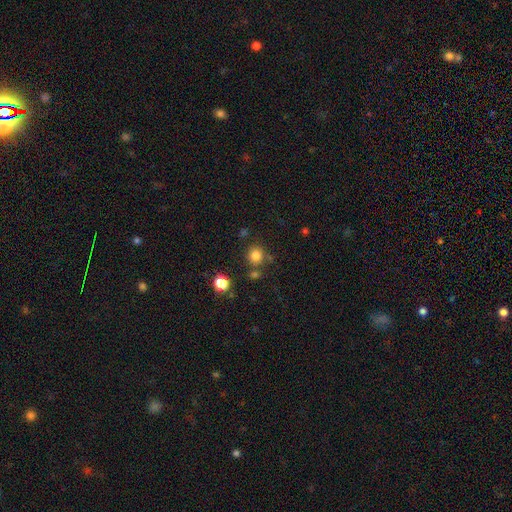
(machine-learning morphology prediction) Overall: smooth (81%). How rounded: round (89%). Merging: none (76%).